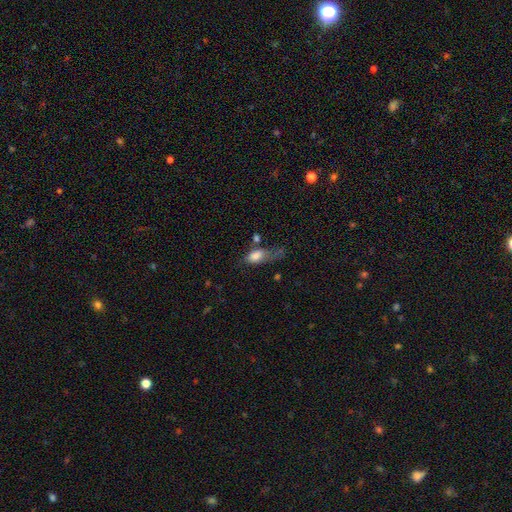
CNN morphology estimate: smooth_or_featured: smooth (p=0.75) [alt: featured or disk p=0.15]
how_rounded: in between (p=0.84) [alt: round p=0.08]
merging: major disturbance (p=0.42) [alt: minor disturbance p=0.24]